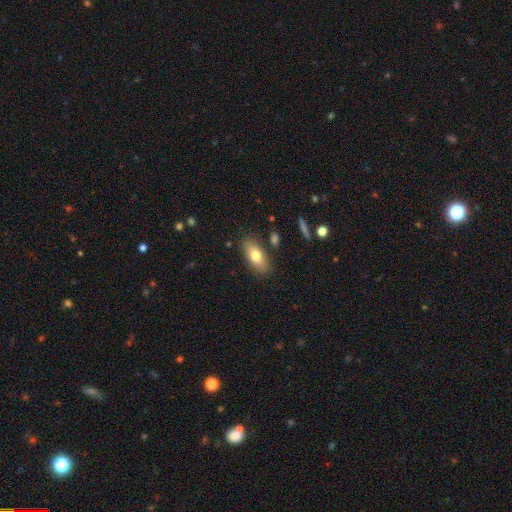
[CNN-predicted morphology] This is likely a smooth galaxy (76%). How rounded: clearly in between (84%). Merging: clearly none (83%).